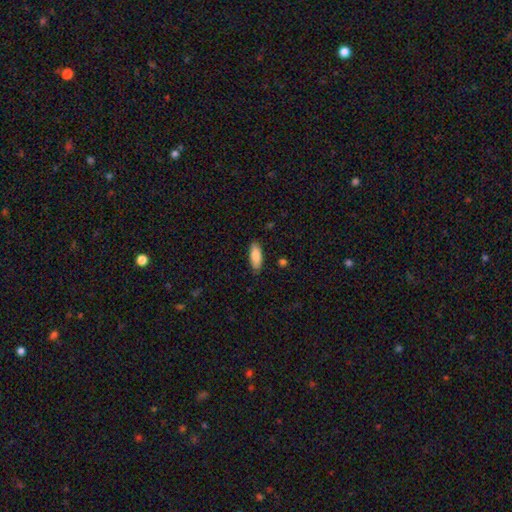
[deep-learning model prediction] Smooth or featured? smooth (86%)
How rounded? in between (75%)
Merging? none (85%)